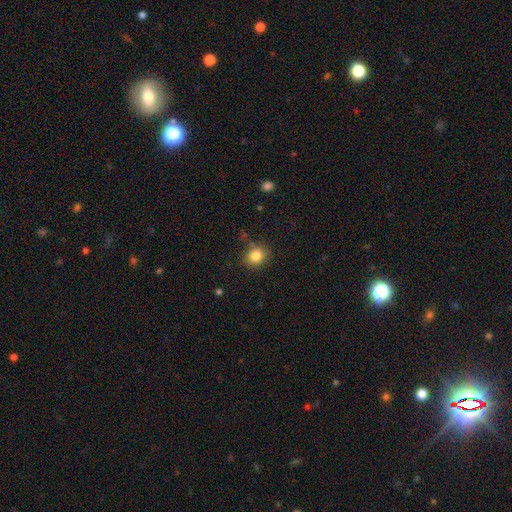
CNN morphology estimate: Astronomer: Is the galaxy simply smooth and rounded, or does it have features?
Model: smooth — 84%.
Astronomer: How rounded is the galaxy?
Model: round — 68%.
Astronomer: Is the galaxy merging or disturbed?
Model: none — 83%.